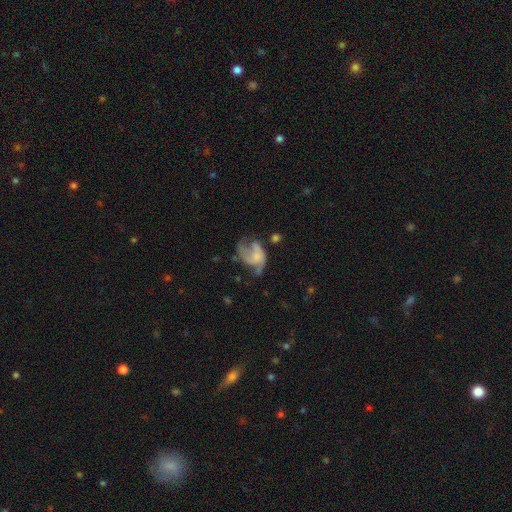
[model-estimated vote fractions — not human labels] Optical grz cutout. It shows a featured or disk galaxy (61%) with no bar (75%), spiral arms (68%) and no central bulge (48%). Merging: major disturbance (45%).